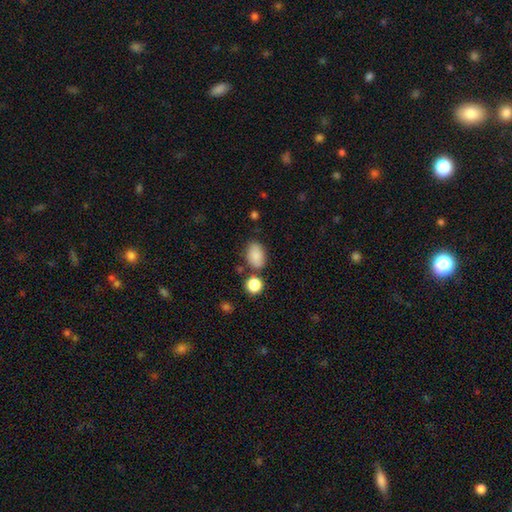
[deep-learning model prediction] A smooth galaxy with no disk features (85%) that is in between round and cigar-shaped (84%). Merging: none (72%).